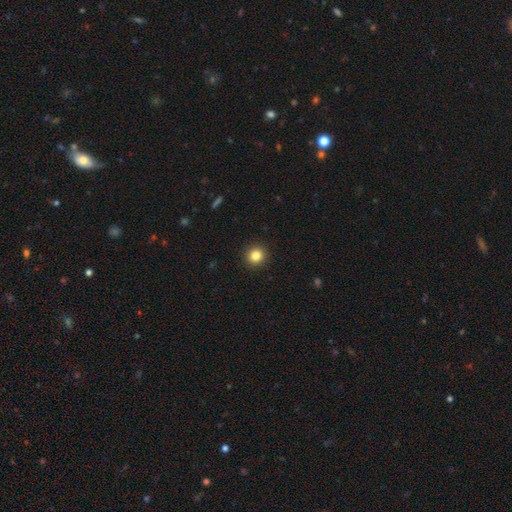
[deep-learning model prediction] This appears to be a smooth galaxy with no disk features (84%) that is round (93%). Merging: none (93%).